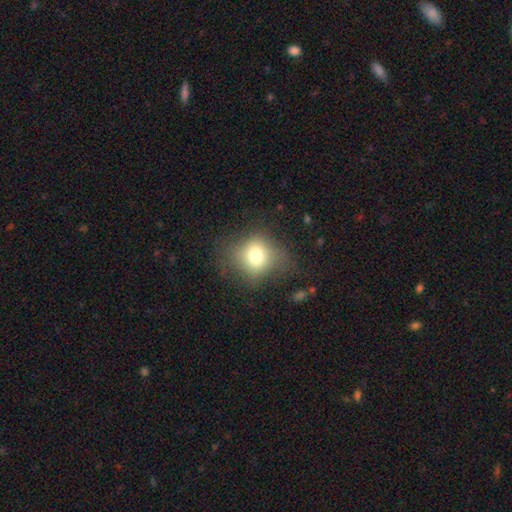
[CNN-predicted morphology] The model was most divided on "merging": none: 63%, minor disturbance: 21%, major disturbance: 14%, merger: 2%. More confident: how rounded — round (74%); smooth or featured — smooth (71%).